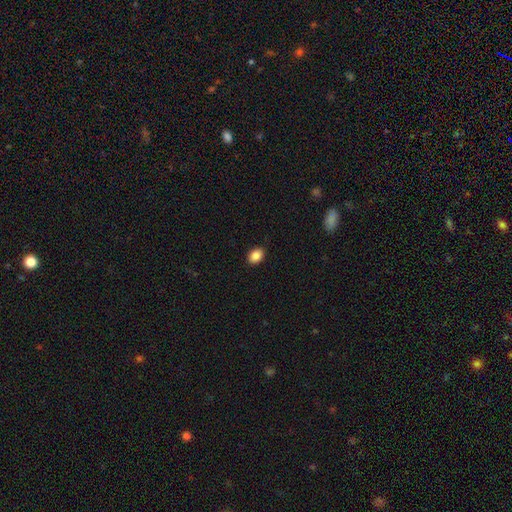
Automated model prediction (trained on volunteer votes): A smooth galaxy with no disk features (88%) that is in between round and cigar-shaped (71%).

Vote fractions:
- Smooth or featured? smooth: 88% / star or artifact: 9% / featured or disk: 4%
- How rounded? in between: 71% / round: 28% / cigar-shaped: 1%
- Merging? none: 90% / minor disturbance: 8% / major disturbance: 2% / merger: 1%